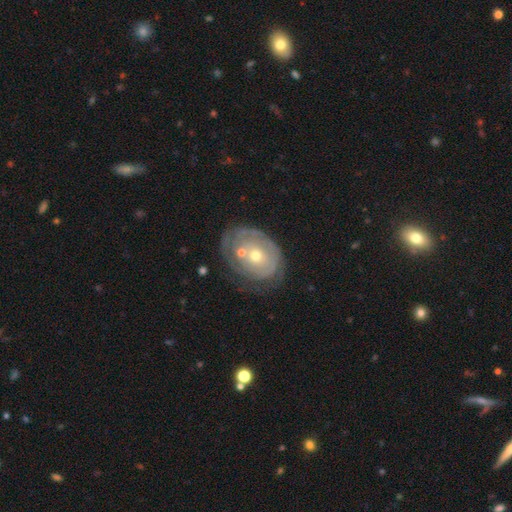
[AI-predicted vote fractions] A featured or disk galaxy (67%) with no bar (87%), spiral arms (54%) and a small central bulge (50%).

Vote fractions:
- Smooth or featured? featured or disk: 67% / smooth: 26% / star or artifact: 7%
- Edge-on disk? no: 96% / yes: 4%
- Bar? no: 87% / weak: 10% / strong: 2%
- Spiral arms? yes: 54% / no: 46%
- Bulge size? small: 50% / moderate: 45% / large: 2% / none: 1% / dominant: 1%
- Merging? none: 48% / minor disturbance: 22% / merger: 18% / major disturbance: 12%